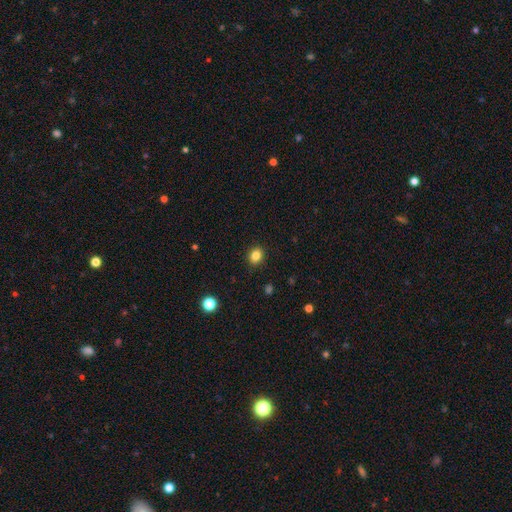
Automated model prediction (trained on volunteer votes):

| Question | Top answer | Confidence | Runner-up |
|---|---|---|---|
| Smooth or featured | smooth | 84% | star or artifact (11%) |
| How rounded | round | 57% | in between (42%) |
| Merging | none | 90% | minor disturbance (7%) |